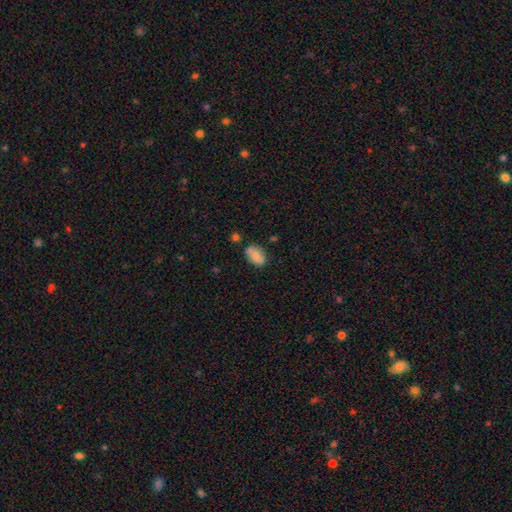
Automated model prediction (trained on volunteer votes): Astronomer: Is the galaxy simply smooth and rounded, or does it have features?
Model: smooth — 69%.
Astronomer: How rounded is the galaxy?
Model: in between — 88%.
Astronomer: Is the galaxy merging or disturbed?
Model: none — 72%.